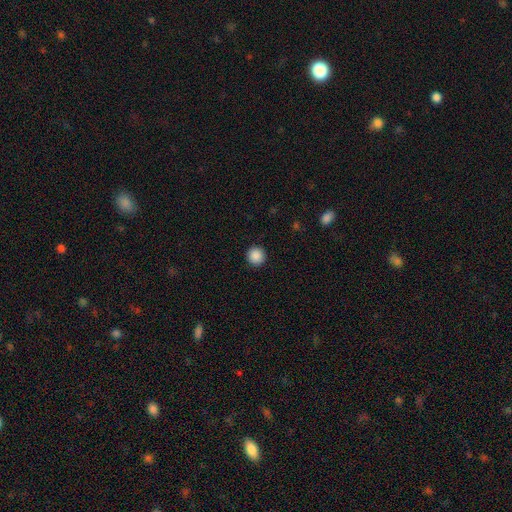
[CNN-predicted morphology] smooth-or-featured: smooth: 88% | star or artifact: 9% | featured or disk: 2%
  how-rounded: round: 96% | in between: 3% | cigar-shaped: 1%
  merging: none: 92% | minor disturbance: 5% | major disturbance: 2% | merger: 1%